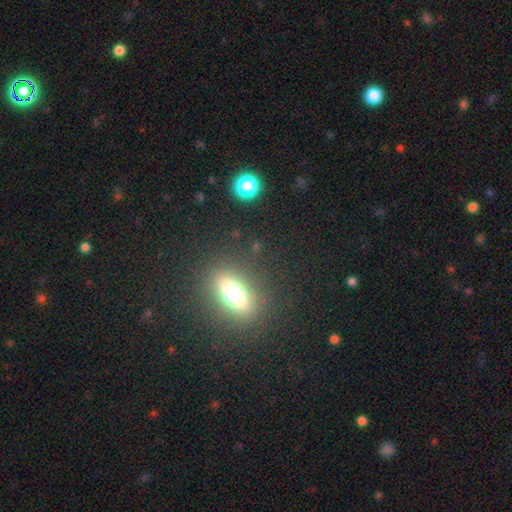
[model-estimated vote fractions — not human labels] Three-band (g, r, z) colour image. It shows a smooth galaxy with no disk features (57%) that is in between round and cigar-shaped (62%). Merging: none (88%).